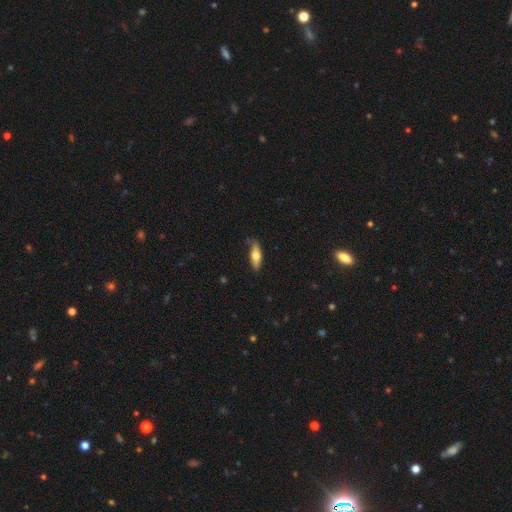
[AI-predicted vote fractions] Q: Smooth or featured?
A: smooth (69%); runner-up: featured or disk (25%)
Q: How rounded?
A: in between (62%); runner-up: cigar-shaped (36%)
Q: Merging?
A: none (73%); runner-up: minor disturbance (21%)